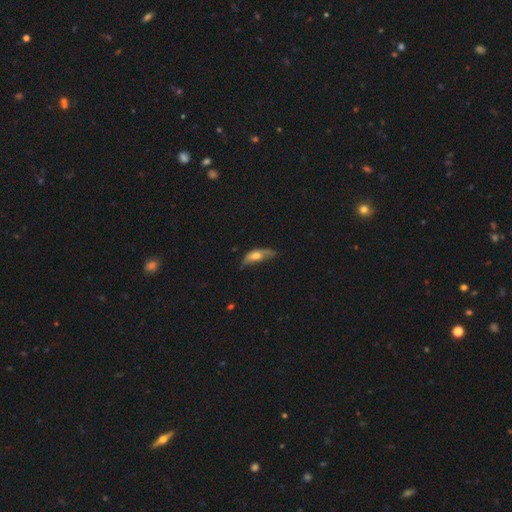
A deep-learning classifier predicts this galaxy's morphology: This appears to be a smooth galaxy with no disk features (53%) that is in between round and cigar-shaped (65%). Merging: minor disturbance (36%).